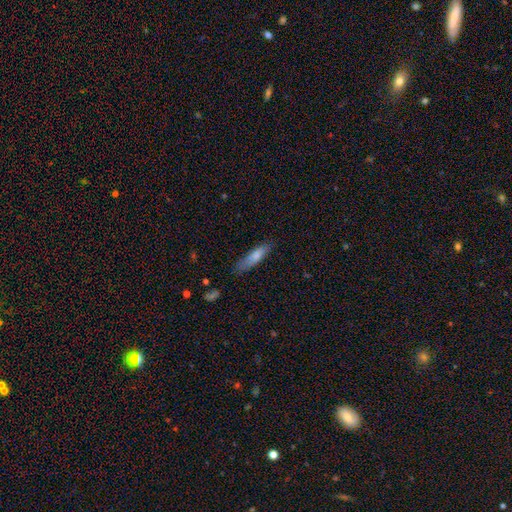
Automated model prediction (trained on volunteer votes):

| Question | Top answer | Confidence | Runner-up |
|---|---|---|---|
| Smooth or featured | smooth | 75% | featured or disk (19%) |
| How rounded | cigar-shaped | 69% | in between (29%) |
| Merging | none | 74% | minor disturbance (20%) |